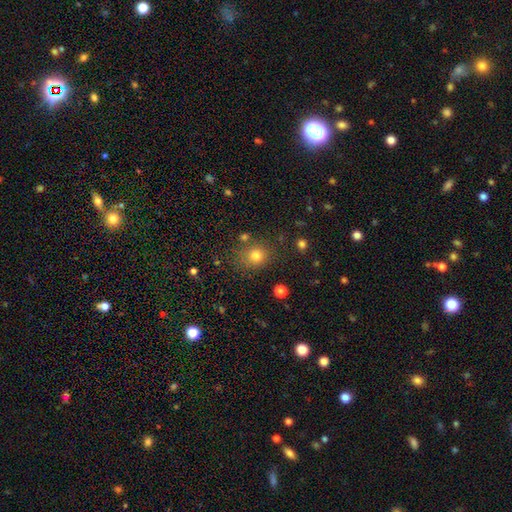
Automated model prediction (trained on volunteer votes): smooth-or-featured: smooth: 78% | star or artifact: 15% | featured or disk: 7%
  how-rounded: round: 81% | in between: 18% | cigar-shaped: 1%
  merging: none: 78% | minor disturbance: 11% | merger: 6% | major disturbance: 5%